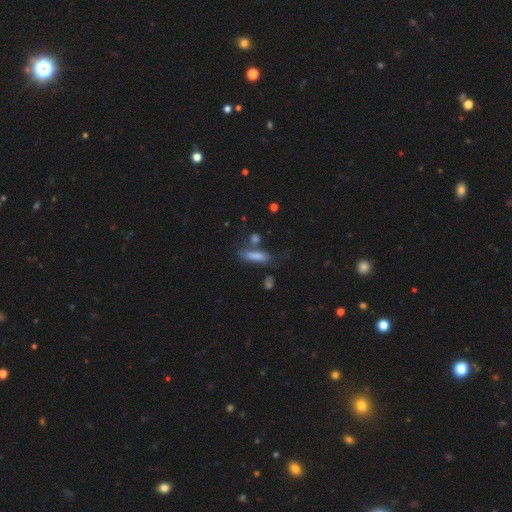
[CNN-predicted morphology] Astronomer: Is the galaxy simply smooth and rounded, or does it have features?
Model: smooth — 71%.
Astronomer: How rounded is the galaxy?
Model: cigar-shaped — 61% (runner-up: in between, 36%).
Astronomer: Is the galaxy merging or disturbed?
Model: none — 60%.